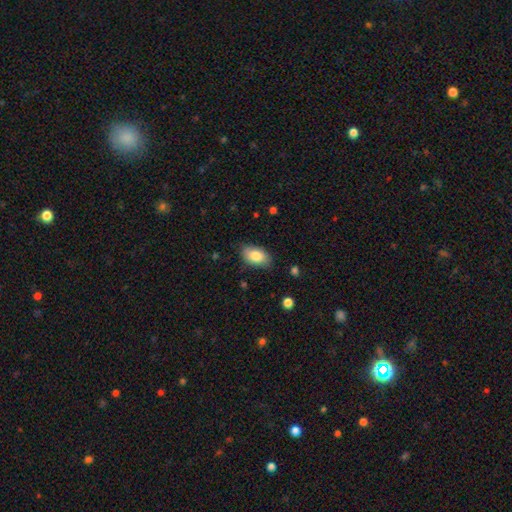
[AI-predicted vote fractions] smooth-or-featured: smooth: 83% | featured or disk: 10% | star or artifact: 7%
  how-rounded: in between: 92% | round: 6% | cigar-shaped: 2%
  merging: none: 82% | minor disturbance: 14% | major disturbance: 3% | merger: 1%